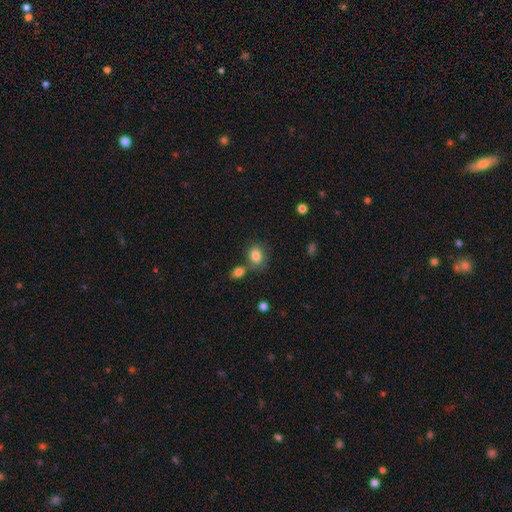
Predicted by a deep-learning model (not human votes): Overall: smooth (84%). How rounded: in between (59%; round 40%). Merging: none (60%).